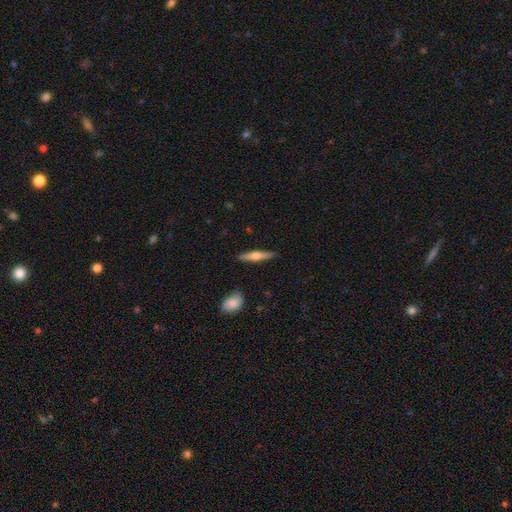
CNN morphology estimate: Smooth or featured? Predicted: featured or disk (p=0.52). Edge-on disk? Predicted: yes (p=0.96). Edge-on bulge? Predicted: rounded (p=0.87). Merging? Predicted: none (p=0.88).